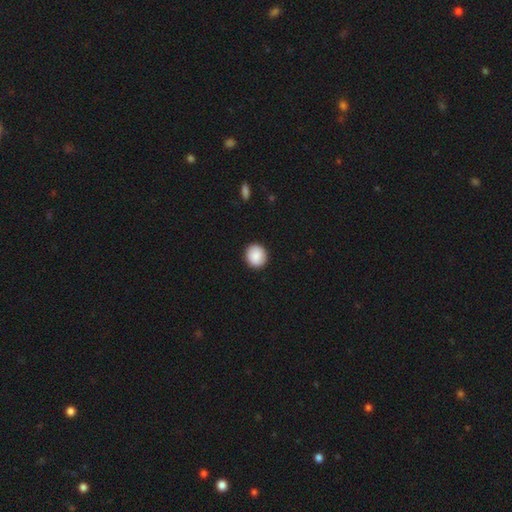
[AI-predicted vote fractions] A smooth galaxy with no disk features (89%) that is round (84%). Merging: none (91%).